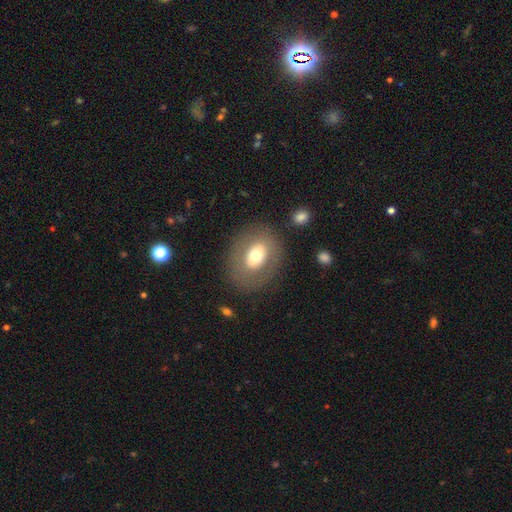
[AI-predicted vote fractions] This appears to be a smooth galaxy with no disk features (57%) that is in between round and cigar-shaped (61%). Merging: none (80%).